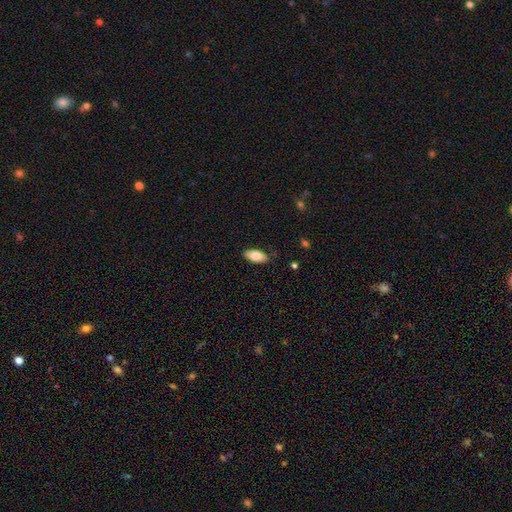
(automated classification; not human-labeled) This appears to be a smooth galaxy with no disk features (80%) that is in between round and cigar-shaped (90%). Merging: none (86%).